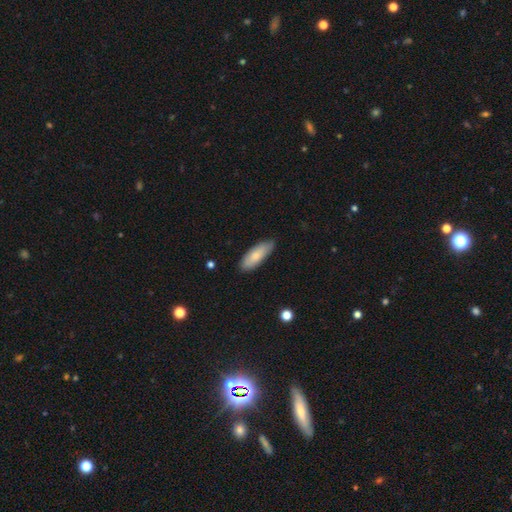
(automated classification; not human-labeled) smooth 80%, featured or disk 15%, star or artifact 5%. Down the decision tree: how rounded — in between (67%); merging — none (80%).